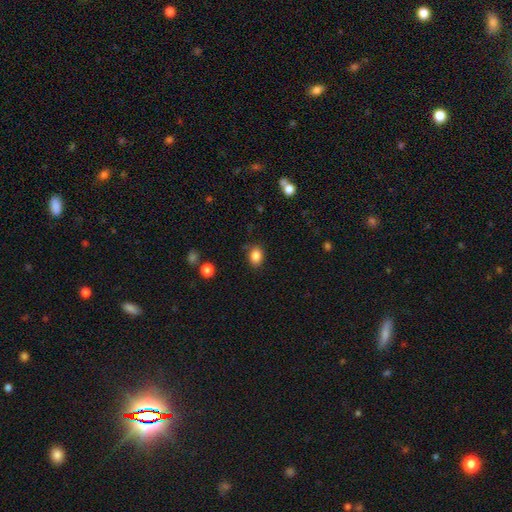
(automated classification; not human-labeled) Smooth or featured?
  - smooth: 86% *
  - star or artifact: 10%
  - featured or disk: 5%
How rounded?
  - in between: 66% *
  - round: 33%
  - cigar-shaped: 1%
Merging?
  - none: 84% *
  - minor disturbance: 11%
  - major disturbance: 3%
  - merger: 2%